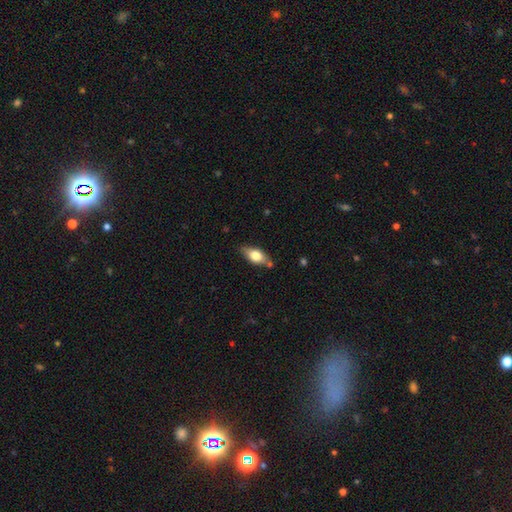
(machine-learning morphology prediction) This is likely a smooth galaxy (69%). How rounded: clearly in between (83%). Merging: likely none (70%).